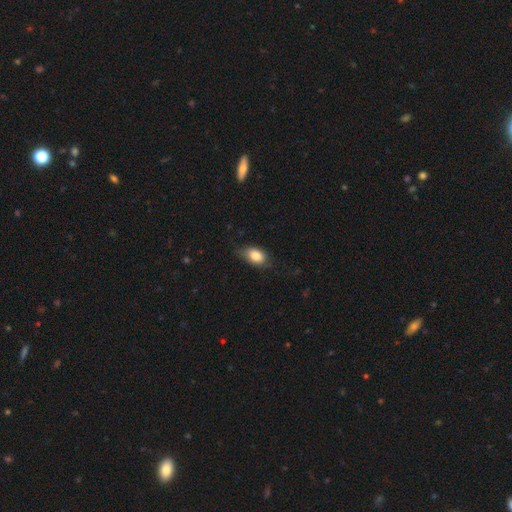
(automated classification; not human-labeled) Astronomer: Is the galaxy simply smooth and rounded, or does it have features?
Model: smooth — 81%.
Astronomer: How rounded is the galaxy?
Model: in between — 85%.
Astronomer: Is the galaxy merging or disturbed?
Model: none — 65%.